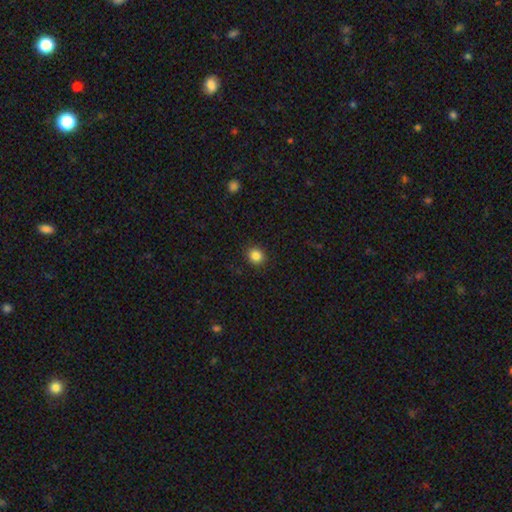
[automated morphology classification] Smooth or featured? Predicted: smooth (p=0.85). How rounded? Predicted: round (p=0.83). Merging? Predicted: none (p=0.91).